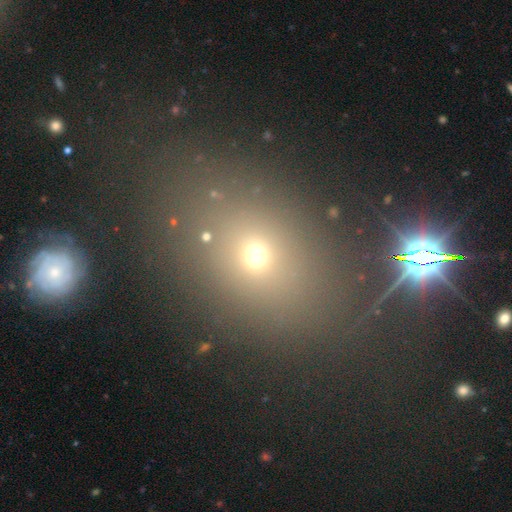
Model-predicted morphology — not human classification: Q: Smooth or featured?
A: smooth (60%); runner-up: star or artifact (26%)
Q: How rounded?
A: in between (58%); runner-up: round (40%)
Q: Merging?
A: none (77%); runner-up: minor disturbance (11%)